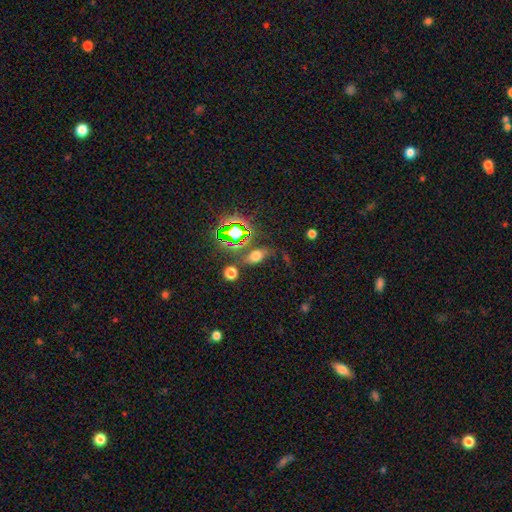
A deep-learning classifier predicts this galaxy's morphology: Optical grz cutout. It shows a smooth galaxy with no disk features (55%) that is in between round and cigar-shaped (80%). Merging: none (64%).